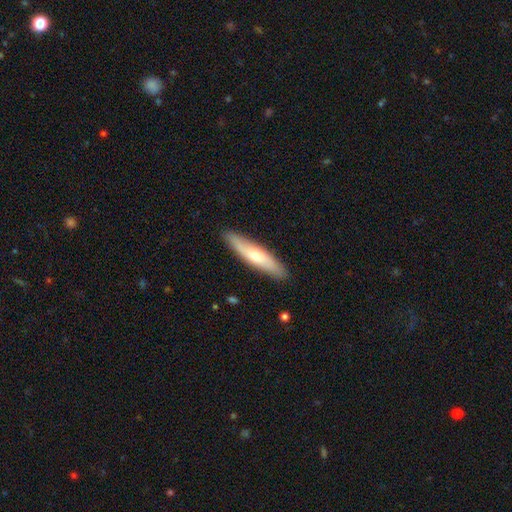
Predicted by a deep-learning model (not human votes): Smooth or featured? Predicted: smooth (p=0.62). How rounded? Predicted: cigar-shaped (p=0.85). Merging? Predicted: none (p=0.88).